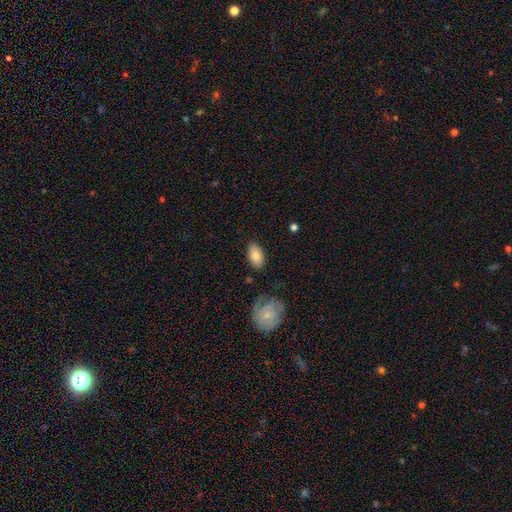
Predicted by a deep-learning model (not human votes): Smooth or featured: smooth — 82% (featured or disk — 11%)
How rounded: in between — 93% (round — 4%)
Merging: none — 82% (minor disturbance — 12%)